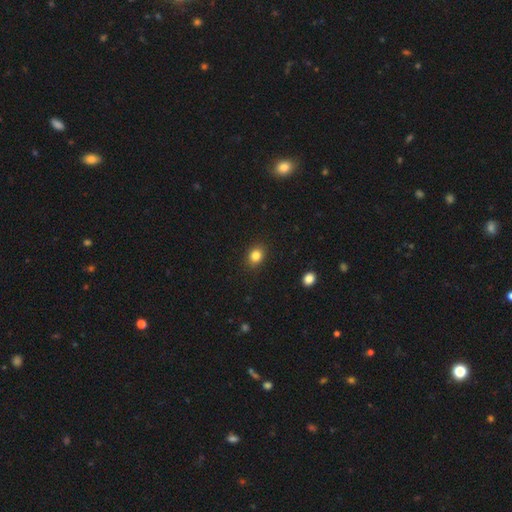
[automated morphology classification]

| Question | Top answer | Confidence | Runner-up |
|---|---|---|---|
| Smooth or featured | smooth | 83% | star or artifact (11%) |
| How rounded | round | 54% | in between (45%) |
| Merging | none | 89% | minor disturbance (8%) |